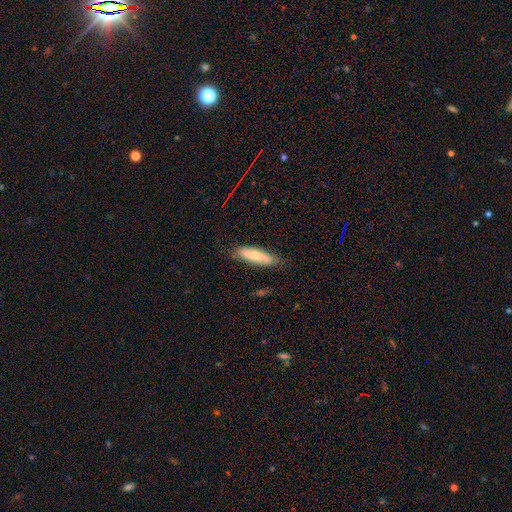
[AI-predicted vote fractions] Overall: smooth (69%). How rounded: cigar-shaped (58%; in between 41%). Merging: none (75%).